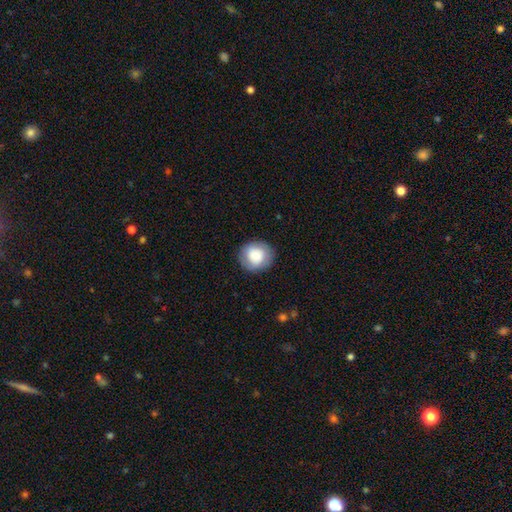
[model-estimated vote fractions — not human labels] Morphology: type=smooth (73%); roundness=round (81%); merging=none (84%).